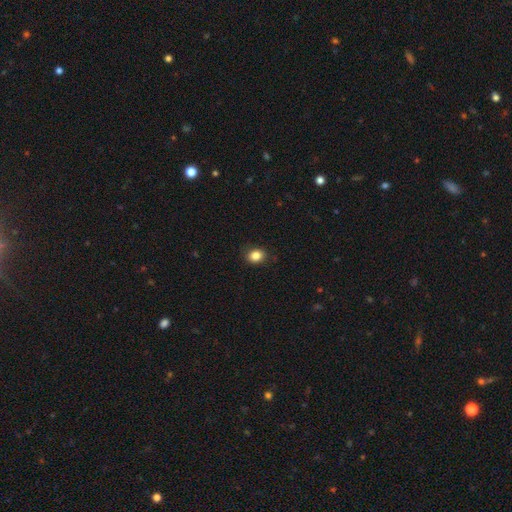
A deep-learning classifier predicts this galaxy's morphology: A smooth galaxy with no disk features (85%) that is round (50%). Merging: none (87%).